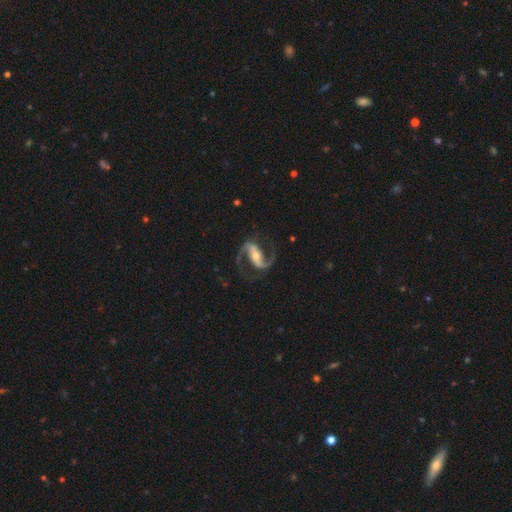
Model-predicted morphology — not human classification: Smooth or featured: featured or disk — 93% (star or artifact — 4%)
Edge-on disk: no — 97% (yes — 3%)
Bar: strong — 55% (weak — 28%)
Spiral arms: yes — 98% (no — 2%)
Spiral winding: medium — 55% (loose — 34%)
Spiral arm count: 2 — 94% (1 — 2%)
Bulge size: moderate — 55% (small — 38%)
Merging: none — 80% (minor disturbance — 11%)